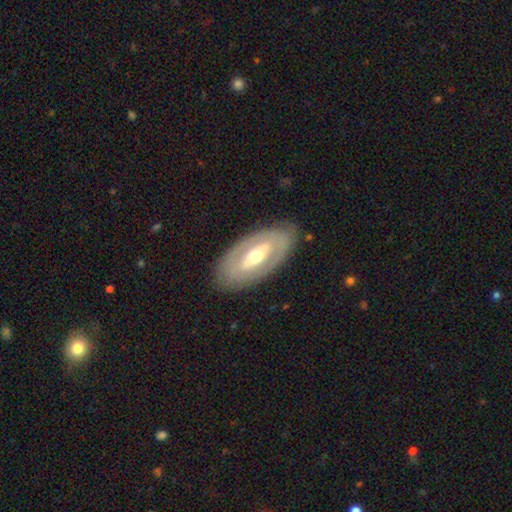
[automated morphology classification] Smooth or featured? Predicted: featured or disk (p=0.69). Edge-on disk? Predicted: no (p=0.87). Bar? Predicted: no (p=0.36, tied with strong). Spiral arms? Predicted: no (p=0.73). Bulge size? Predicted: moderate (p=0.64). Merging? Predicted: none (p=0.83).